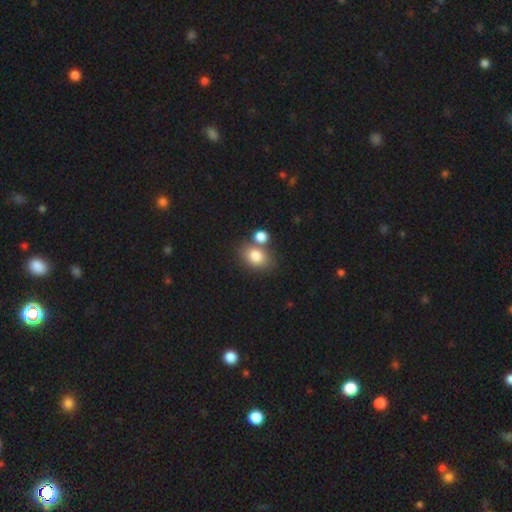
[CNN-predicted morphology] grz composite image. It shows a smooth galaxy with no disk features (81%) that is in between round and cigar-shaped (64%). Merging: none (57%).